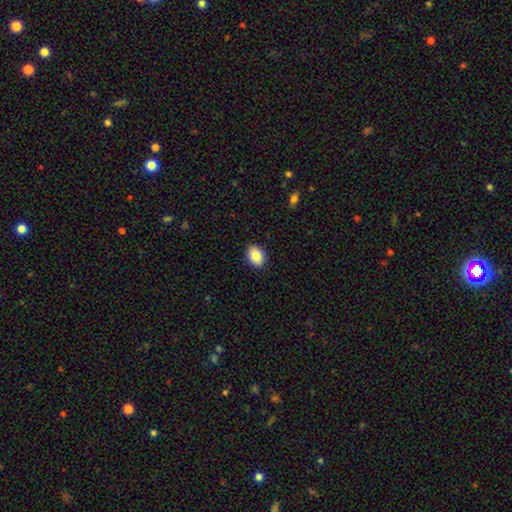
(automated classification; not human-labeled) A smooth galaxy with no disk features (84%) that is in between round and cigar-shaped (67%).

Vote fractions:
- Smooth or featured? smooth: 84% / star or artifact: 8% / featured or disk: 8%
- How rounded? in between: 67% / round: 32% / cigar-shaped: 1%
- Merging? none: 89% / minor disturbance: 8% / major disturbance: 2% / merger: 1%